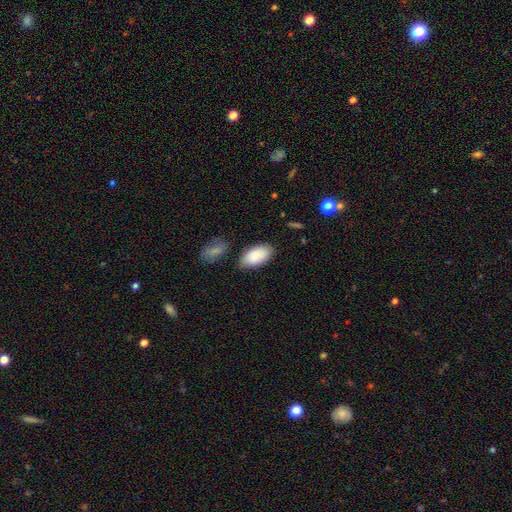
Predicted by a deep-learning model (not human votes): A smooth galaxy with no disk features (88%) that is in between round and cigar-shaped (95%).

Vote fractions:
- Smooth or featured? smooth: 88% / featured or disk: 6% / star or artifact: 6%
- How rounded? in between: 95% / cigar-shaped: 3% / round: 3%
- Merging? none: 74% / minor disturbance: 17% / merger: 6% / major disturbance: 4%